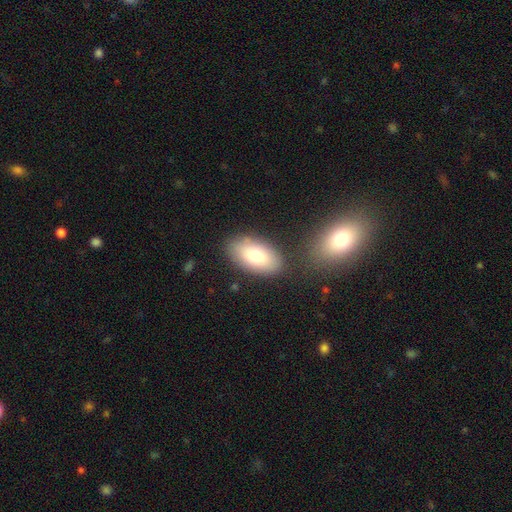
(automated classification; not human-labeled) A smooth galaxy with no disk features (76%) that is in between round and cigar-shaped (93%).

Vote fractions:
- Smooth or featured? smooth: 76% / featured or disk: 16% / star or artifact: 8%
- How rounded? in between: 93% / round: 5% / cigar-shaped: 2%
- Merging? none: 80% / minor disturbance: 11% / merger: 6% / major disturbance: 3%